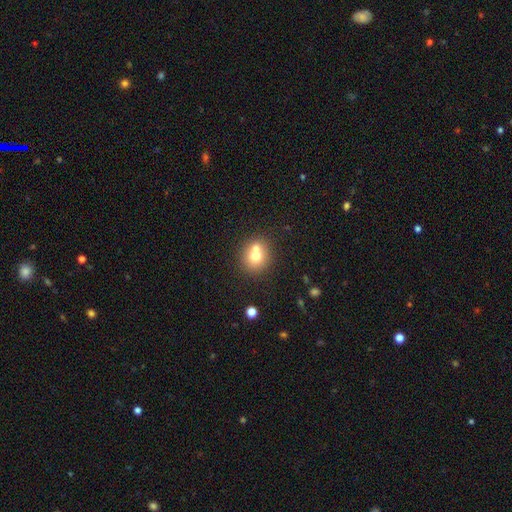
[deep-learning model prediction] smooth_or_featured: smooth (p=0.69) [alt: featured or disk p=0.19]
how_rounded: round (p=0.77) [alt: in between p=0.22]
merging: none (p=0.49) [alt: merger p=0.39]